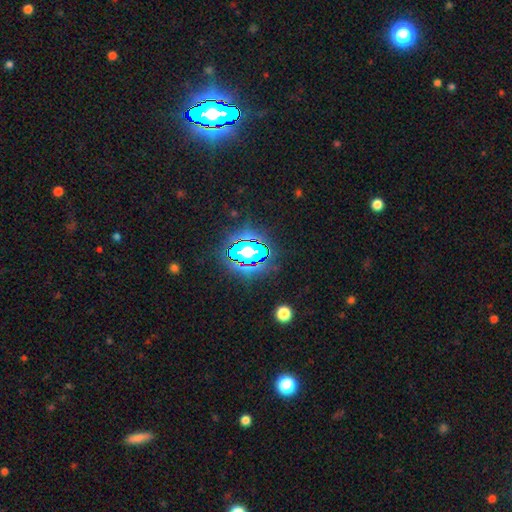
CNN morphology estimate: A star or artifact, not a galaxy (81%).

Vote fractions:
- Smooth or featured? star or artifact: 81% / smooth: 11% / featured or disk: 8%